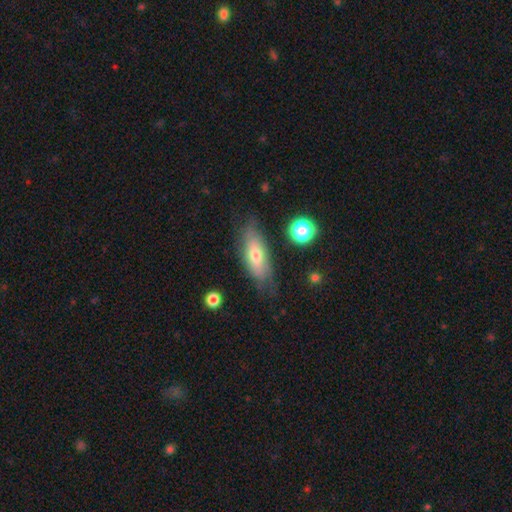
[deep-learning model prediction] A smooth galaxy with no disk features (62%) that is in between round and cigar-shaped (68%).

Vote fractions:
- Smooth or featured? smooth: 62% / featured or disk: 30% / star or artifact: 7%
- How rounded? in between: 68% / cigar-shaped: 29% / round: 3%
- Merging? none: 71% / minor disturbance: 20% / major disturbance: 6% / merger: 3%